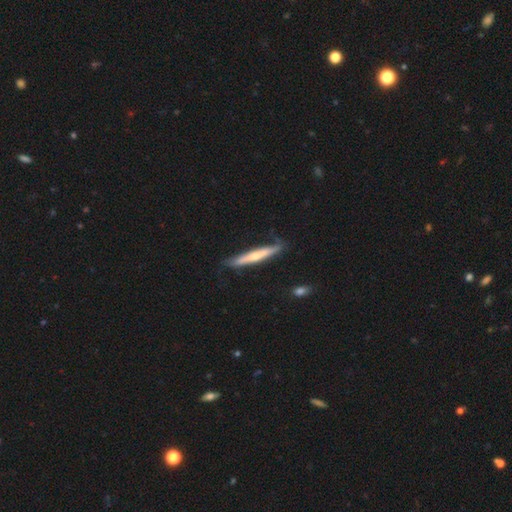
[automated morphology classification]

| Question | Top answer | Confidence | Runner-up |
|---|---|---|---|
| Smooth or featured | featured or disk | 48% | smooth (47%) |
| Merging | none | 74% | minor disturbance (20%) |